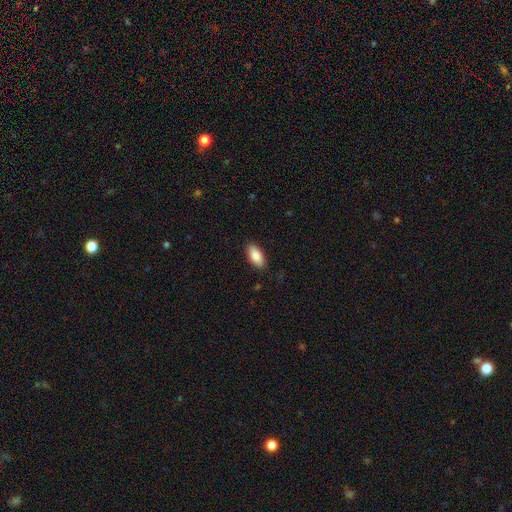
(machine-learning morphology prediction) A smooth galaxy with no disk features (85%) that is in between round and cigar-shaped (90%).

Vote fractions:
- Smooth or featured? smooth: 85% / featured or disk: 9% / star or artifact: 6%
- How rounded? in between: 90% / cigar-shaped: 8% / round: 2%
- Merging? none: 88% / minor disturbance: 9% / major disturbance: 2% / merger: 1%